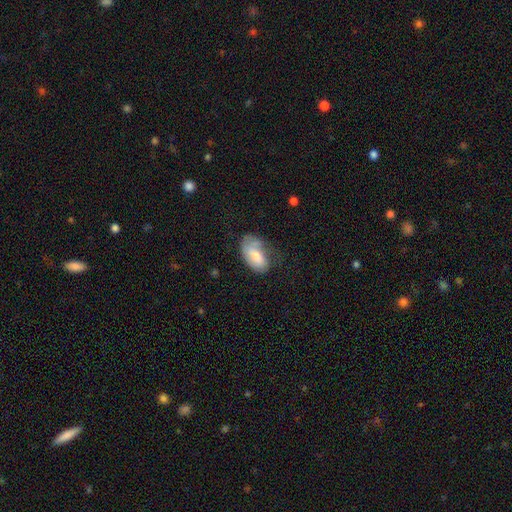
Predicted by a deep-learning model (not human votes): Smooth or featured: smooth — 66% (featured or disk — 28%)
How rounded: in between — 93% (round — 5%)
Merging: none — 41% (minor disturbance — 34%)